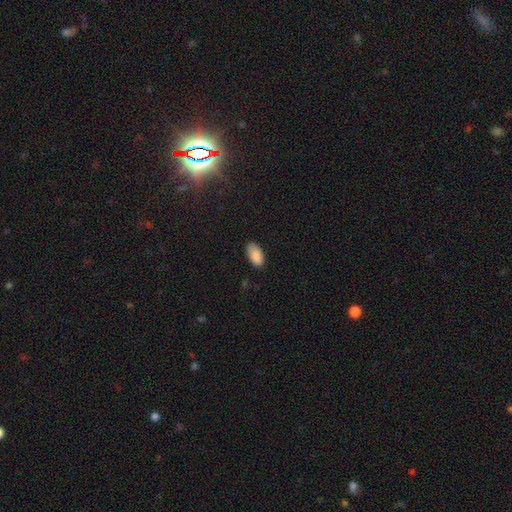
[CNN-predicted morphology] Smooth or featured: smooth — 89% (star or artifact — 7%)
How rounded: in between — 95% (cigar-shaped — 3%)
Merging: none — 80% (minor disturbance — 16%)